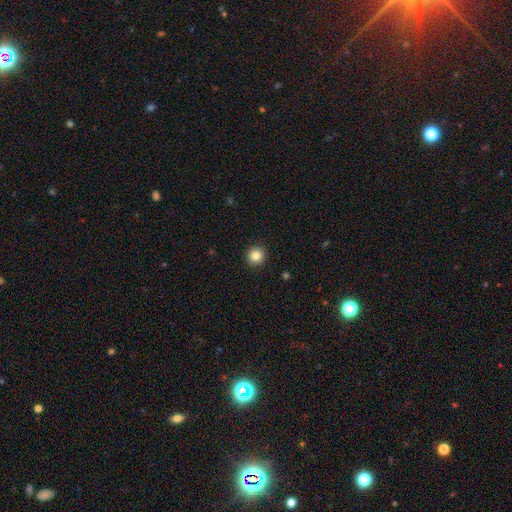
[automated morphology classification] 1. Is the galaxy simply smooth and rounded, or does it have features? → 84% smooth, 11% star or artifact, 5% featured or disk.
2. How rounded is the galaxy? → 94% round, 5% in between, 1% cigar-shaped.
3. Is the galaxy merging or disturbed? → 93% none, 5% minor disturbance, 2% major disturbance, 1% merger.